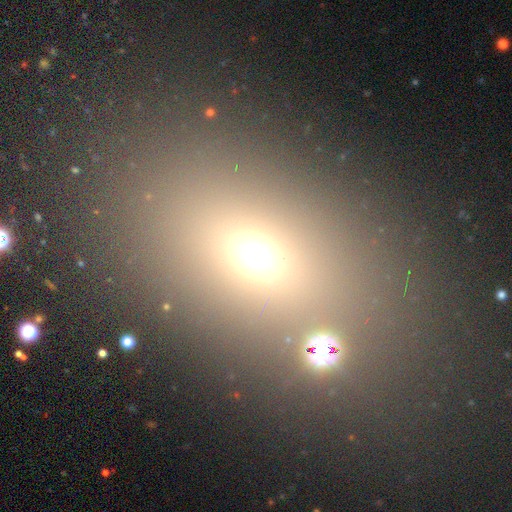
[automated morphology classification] type=smooth (64%); roundness=in between (70%); merging=none (74%).